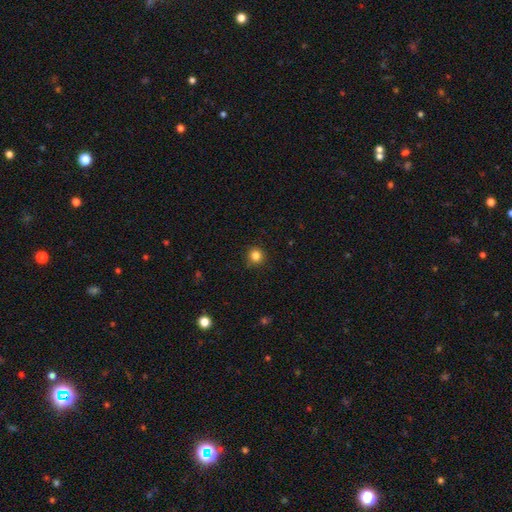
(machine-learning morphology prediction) Smooth or featured? smooth (84%)
How rounded? round (93%)
Merging? none (89%)